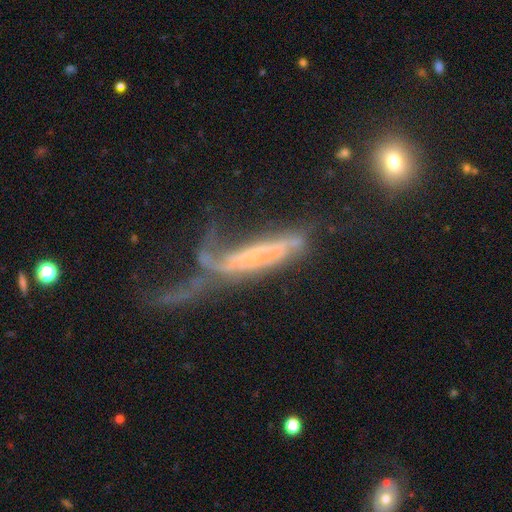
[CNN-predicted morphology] Overall: featured or disk (64%; smooth 25%). Edge-on disk: no (60%; yes 40%). Merging: major disturbance (49%; merger 20%).